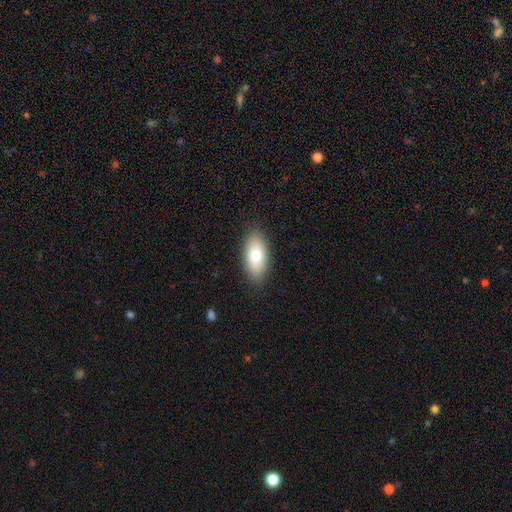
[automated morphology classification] A smooth galaxy with no disk features (77%) that is in between round and cigar-shaped (90%).

Vote fractions:
- Smooth or featured? smooth: 77% / featured or disk: 16% / star or artifact: 7%
- How rounded? in between: 90% / cigar-shaped: 7% / round: 3%
- Merging? none: 88% / minor disturbance: 9% / major disturbance: 2% / merger: 1%